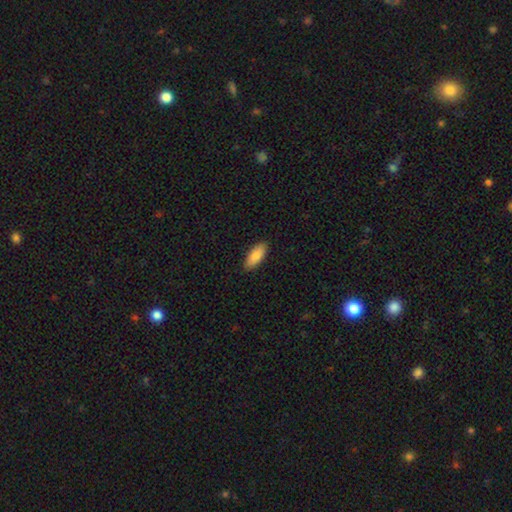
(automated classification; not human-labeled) Smooth or featured?
  - smooth: 87% *
  - featured or disk: 7%
  - star or artifact: 6%
How rounded?
  - in between: 83% *
  - cigar-shaped: 15%
  - round: 2%
Merging?
  - none: 88% *
  - minor disturbance: 10%
  - major disturbance: 2%
  - merger: 1%